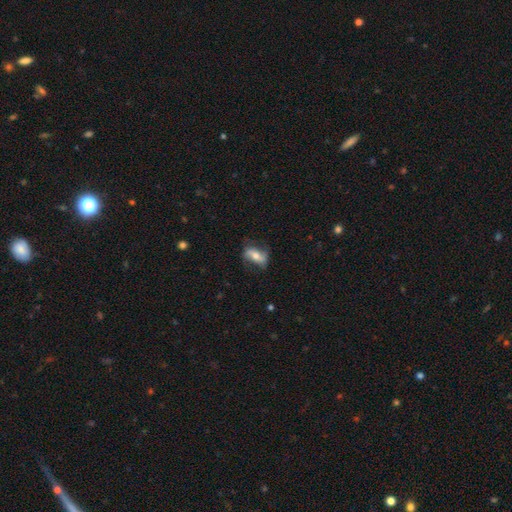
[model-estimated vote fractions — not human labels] A featured or disk galaxy (51%).

Vote fractions:
- Smooth or featured? featured or disk: 51% / smooth: 41% / star or artifact: 7%
- Edge-on disk? no: 87% / yes: 13%
- Merging? none: 65% / minor disturbance: 23% / major disturbance: 11% / merger: 1%